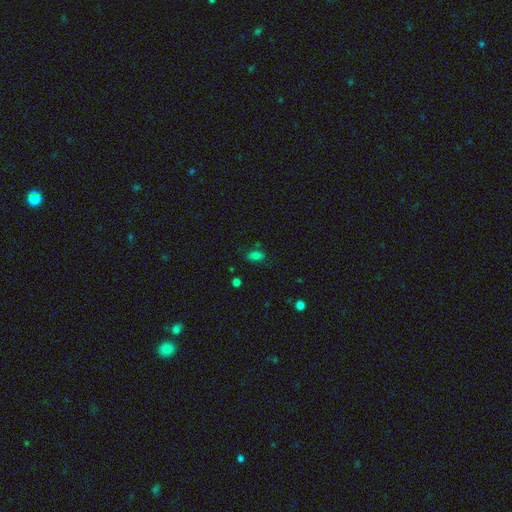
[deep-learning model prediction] smooth-or-featured: smooth: 75% | star or artifact: 18% | featured or disk: 7%
  how-rounded: in between: 86% | round: 10% | cigar-shaped: 4%
  merging: none: 73% | minor disturbance: 19% | major disturbance: 6% | merger: 3%